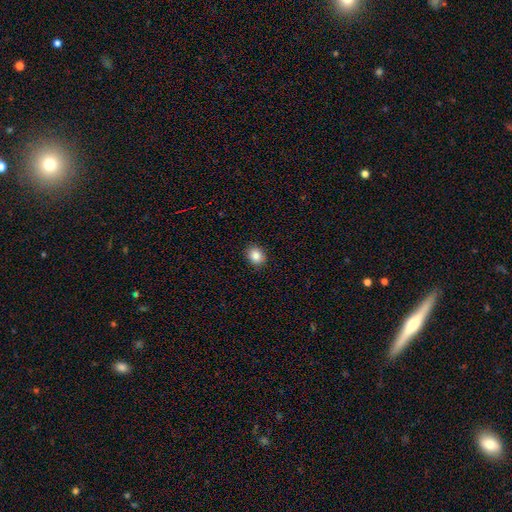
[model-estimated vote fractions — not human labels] The model was most divided on "how rounded": round: 67%, in between: 32%, cigar-shaped: 1%. More confident: merging — none (90%); smooth or featured — smooth (86%).